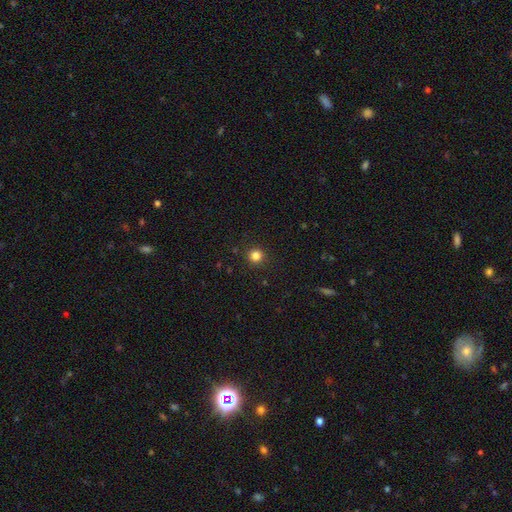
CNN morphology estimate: Smooth or featured: smooth — 83% (star or artifact — 13%)
How rounded: round — 94% (in between — 5%)
Merging: none — 91% (minor disturbance — 5%)